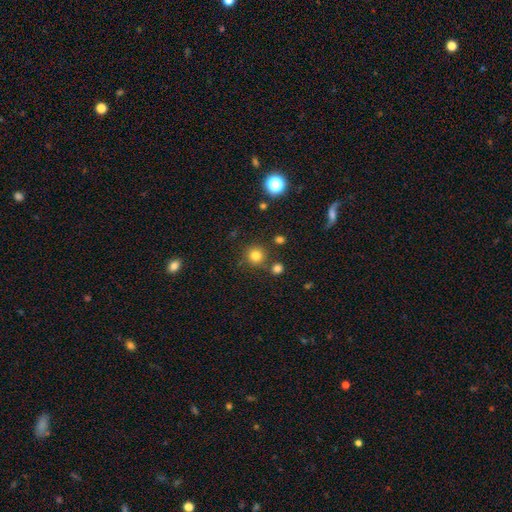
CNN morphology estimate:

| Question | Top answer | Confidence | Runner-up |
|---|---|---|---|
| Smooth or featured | smooth | 79% | star or artifact (15%) |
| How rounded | round | 93% | in between (6%) |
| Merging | none | 81% | minor disturbance (8%) |